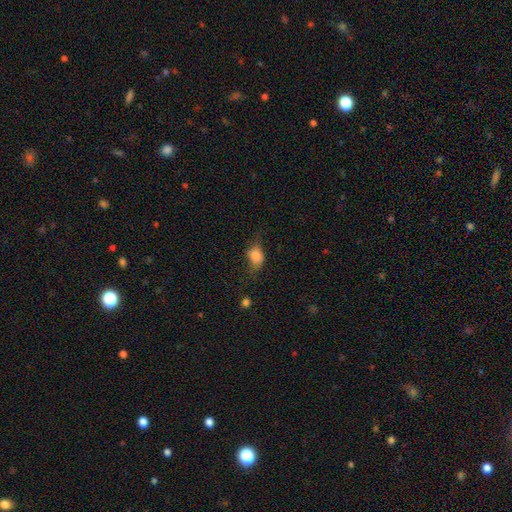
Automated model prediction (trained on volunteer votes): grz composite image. It shows a smooth galaxy with no disk features (78%) that is in between round and cigar-shaped (68%). Merging: none (50%).